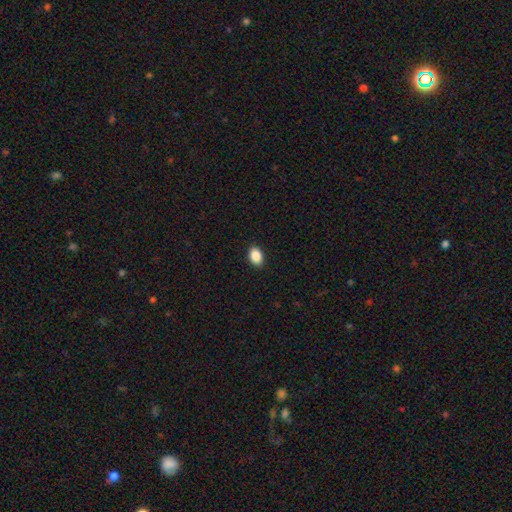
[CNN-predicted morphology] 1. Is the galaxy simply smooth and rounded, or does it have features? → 89% smooth, 8% star or artifact, 3% featured or disk.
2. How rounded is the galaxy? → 82% in between, 17% round, 1% cigar-shaped.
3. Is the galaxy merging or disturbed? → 89% none, 8% minor disturbance, 2% major disturbance, 1% merger.